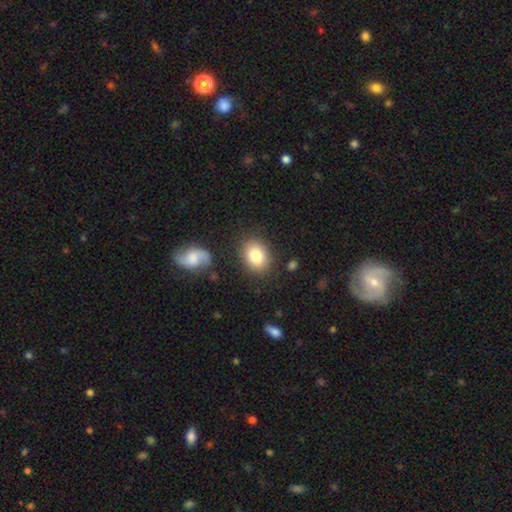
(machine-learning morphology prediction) A smooth galaxy with no disk features (82%) that is in between round and cigar-shaped (56%). Merging: none (83%).